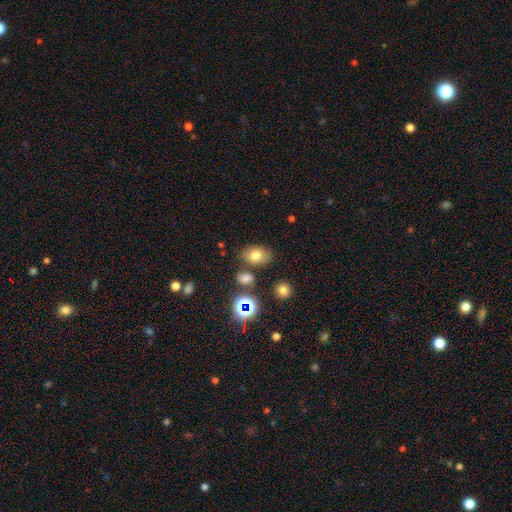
smooth-or-featured: smooth: 74% | featured or disk: 18% | star or artifact: 8%
  how-rounded: in between: 82% | round: 18% | cigar-shaped: 0%
  merging: none: 74% | minor disturbance: 14% | major disturbance: 6% | merger: 6%